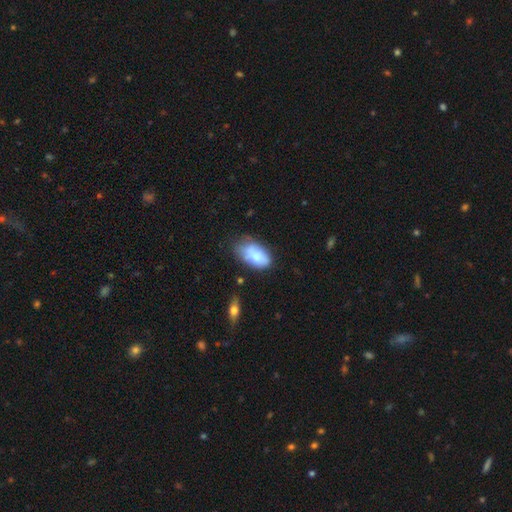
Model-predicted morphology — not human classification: type=smooth (80%); roundness=in between (93%); merging=none (50%).